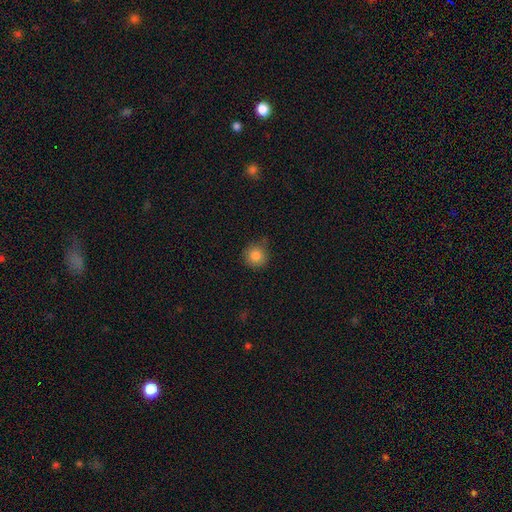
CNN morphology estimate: type=smooth (84%); roundness=round (94%); merging=none (80%).